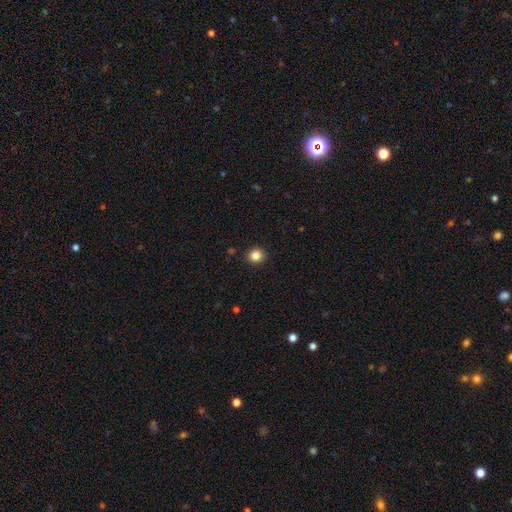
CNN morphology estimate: Q: Smooth or featured?
A: smooth (84%); runner-up: star or artifact (11%)
Q: How rounded?
A: round (89%); runner-up: in between (10%)
Q: Merging?
A: none (92%); runner-up: minor disturbance (5%)